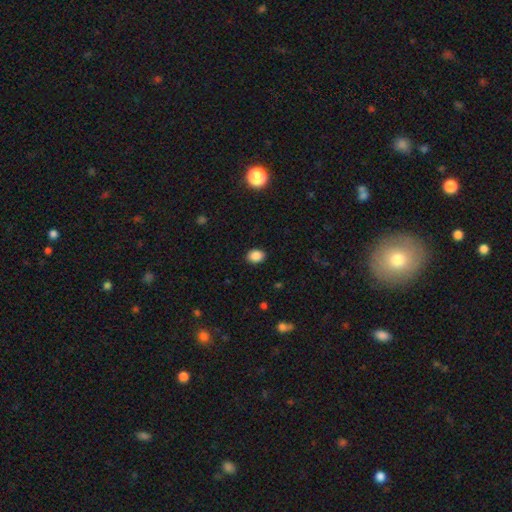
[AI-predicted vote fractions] Morphology: type=smooth (87%); roundness=in between (61%); merging=none (89%).